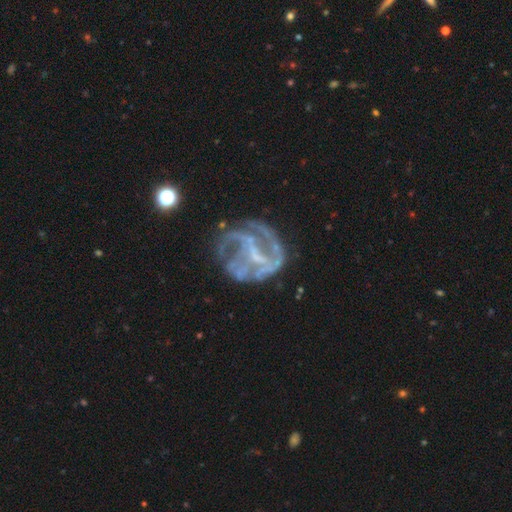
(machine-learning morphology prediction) Smooth or featured? Predicted: featured or disk (p=0.81). Edge-on disk? Predicted: no (p=0.98). Bar? Predicted: weak (p=0.40). Spiral arms? Predicted: yes (p=0.73). Spiral winding? Predicted: medium (p=0.42). Spiral arm count? Predicted: can't tell (p=0.34). Bulge size? Predicted: none (p=0.52). Merging? Predicted: none (p=0.47).